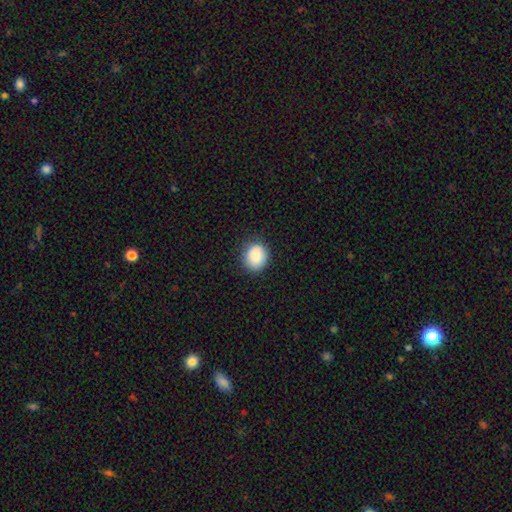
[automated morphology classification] This appears to be a smooth galaxy with no disk features (88%) that is round (71%). Merging: none (86%).